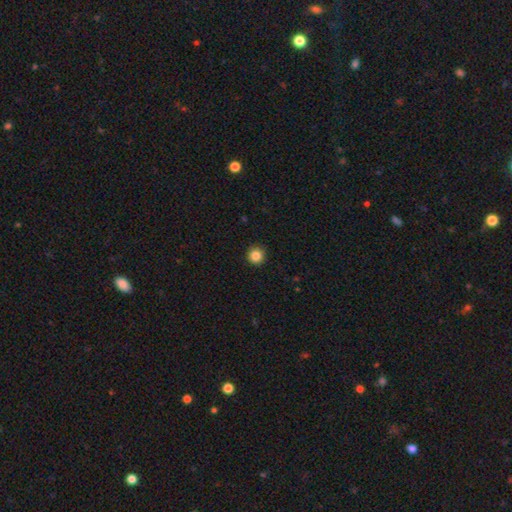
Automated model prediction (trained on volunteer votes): smooth_or_featured: smooth (p=0.85) [alt: star or artifact p=0.11]
how_rounded: round (p=0.96) [alt: in between p=0.03]
merging: none (p=0.93) [alt: minor disturbance p=0.05]